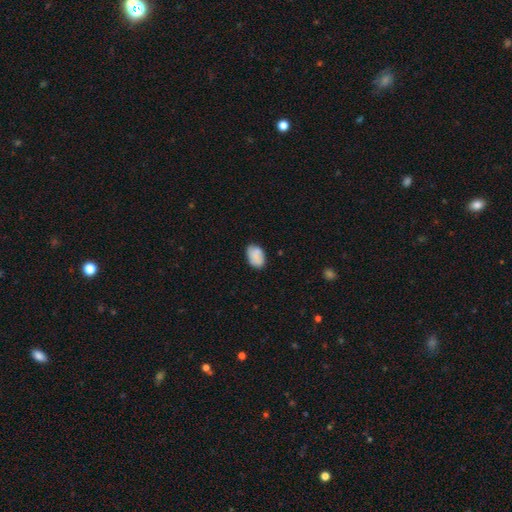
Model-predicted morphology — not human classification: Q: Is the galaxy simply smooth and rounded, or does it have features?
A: smooth — 79%.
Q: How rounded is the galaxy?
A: in between — 88%.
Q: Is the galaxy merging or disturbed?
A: none — 71%.